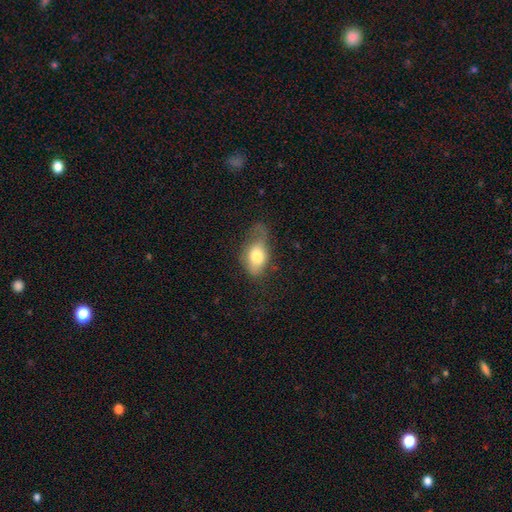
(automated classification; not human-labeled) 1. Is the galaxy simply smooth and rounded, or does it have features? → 71% smooth, 22% featured or disk, 7% star or artifact.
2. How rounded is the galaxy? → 87% in between, 9% round, 4% cigar-shaped.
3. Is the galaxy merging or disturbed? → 36% none (tied), 36% minor disturbance (tied), 26% major disturbance, 3% merger.